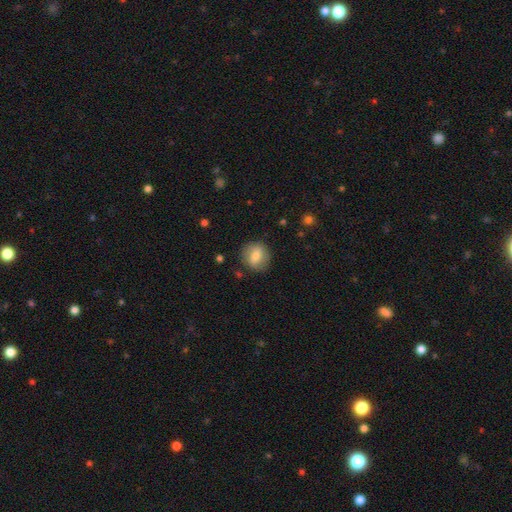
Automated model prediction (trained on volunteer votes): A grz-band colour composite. It shows a smooth galaxy with no disk features (73%) that is round (78%). Merging: none (82%).